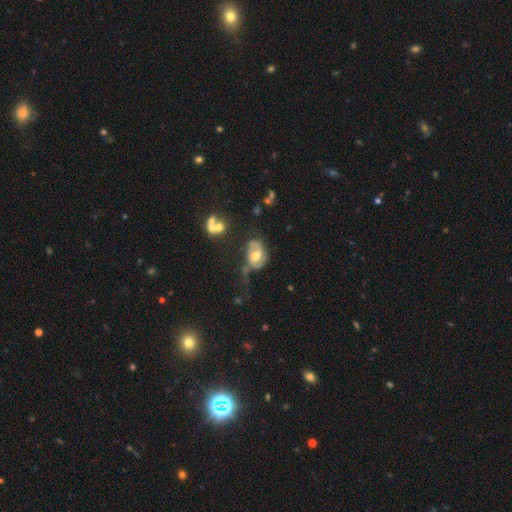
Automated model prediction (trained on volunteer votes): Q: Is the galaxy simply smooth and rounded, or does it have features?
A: featured or disk — 61%.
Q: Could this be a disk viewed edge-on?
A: no — 96%.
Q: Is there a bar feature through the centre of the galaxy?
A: no — 63%.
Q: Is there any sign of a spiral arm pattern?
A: yes — 75%.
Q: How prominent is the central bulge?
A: moderate — 68%.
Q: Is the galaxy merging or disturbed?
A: major disturbance — 35%.